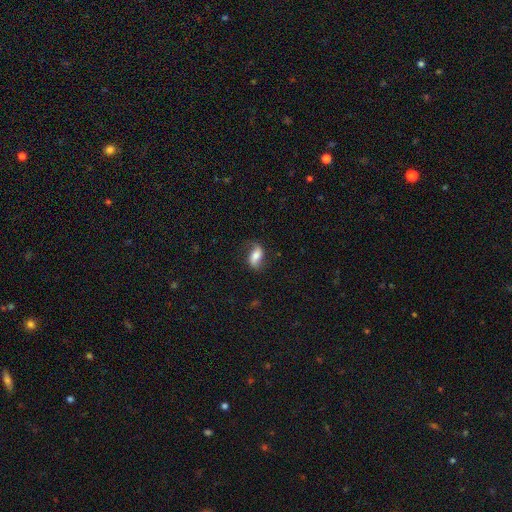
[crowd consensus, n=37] This is possibly a featured or disk galaxy (54%). It is clearly not viewed edge-on (95%). Bar: likely no (79%). Spiral arm pattern: clearly yes (89%). Spiral arm count: clearly 2 (94%). Spiral winding: clearly loose (88%). Central bulge: possibly moderate (47%). Merging: possibly none (58%).